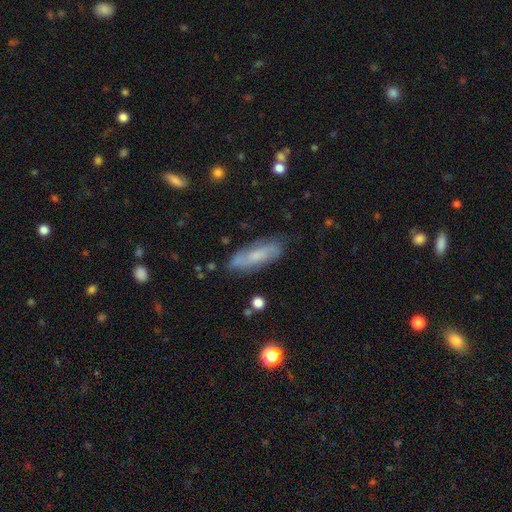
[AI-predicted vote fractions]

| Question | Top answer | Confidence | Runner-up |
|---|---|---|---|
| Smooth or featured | smooth | 46% | featured or disk (45%) |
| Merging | none | 78% | minor disturbance (16%) |